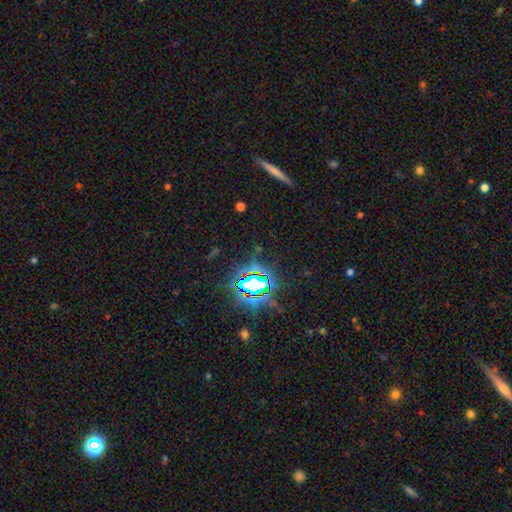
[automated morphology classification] Smooth or featured? Predicted: star or artifact (p=0.76).